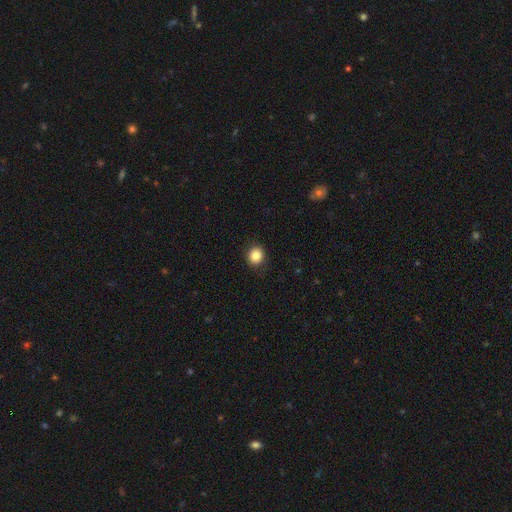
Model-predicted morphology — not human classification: smooth 85%, star or artifact 10%, featured or disk 5%. Down the decision tree: how rounded — round (79%); merging — none (89%).